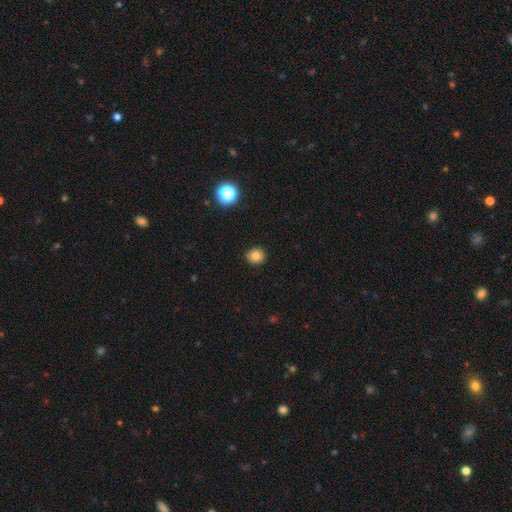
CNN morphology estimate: This is clearly a smooth galaxy (81%). How rounded: likely round (79%). Merging: clearly none (90%).